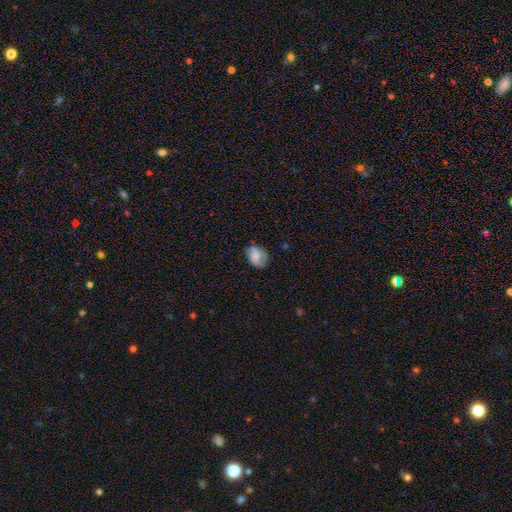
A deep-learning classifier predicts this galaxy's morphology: Q: Smooth or featured?
A: smooth (53%); runner-up: featured or disk (38%)
Q: How rounded?
A: in between (64%); runner-up: round (34%)
Q: Merging?
A: none (66%); runner-up: minor disturbance (24%)